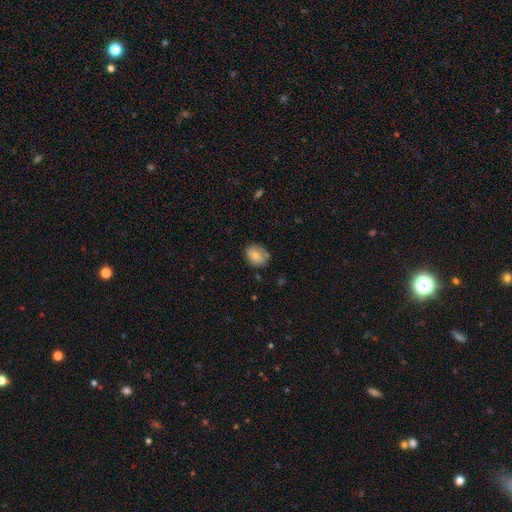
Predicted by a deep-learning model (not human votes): Smooth or featured?
  - smooth: 77% *
  - featured or disk: 15%
  - star or artifact: 8%
How rounded?
  - in between: 62% *
  - round: 37%
  - cigar-shaped: 1%
Merging?
  - none: 72% *
  - minor disturbance: 22%
  - major disturbance: 4%
  - merger: 2%